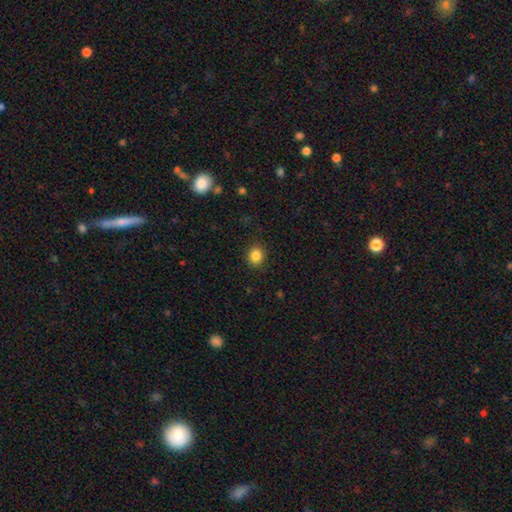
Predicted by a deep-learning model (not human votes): Smooth or featured? smooth (85%)
How rounded? round (74%)
Merging? none (89%)